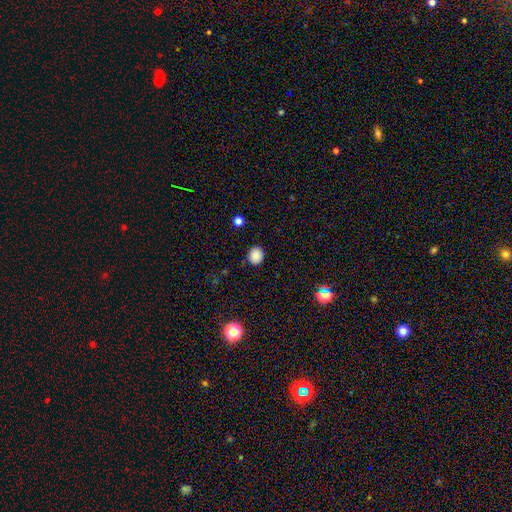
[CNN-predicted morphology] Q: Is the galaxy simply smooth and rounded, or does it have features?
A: smooth — 87%.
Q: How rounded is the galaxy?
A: round — 74%.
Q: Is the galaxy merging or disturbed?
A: none — 88%.